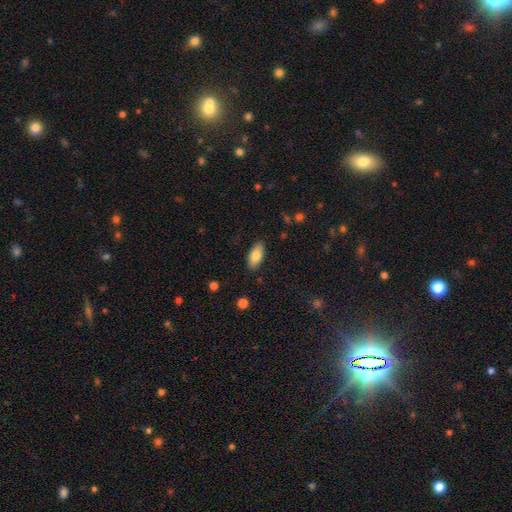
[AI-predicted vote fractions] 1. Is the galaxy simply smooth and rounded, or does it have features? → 83% smooth, 11% featured or disk, 7% star or artifact.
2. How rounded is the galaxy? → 89% in between, 9% cigar-shaped, 2% round.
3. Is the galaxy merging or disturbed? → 86% none, 10% minor disturbance, 2% major disturbance, 1% merger.